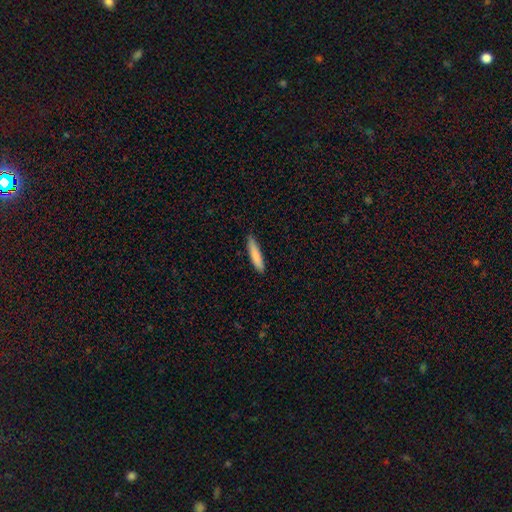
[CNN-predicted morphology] smooth-or-featured: smooth: 85% | featured or disk: 9% | star or artifact: 6%
  how-rounded: cigar-shaped: 84% | in between: 15% | round: 1%
  merging: none: 84% | minor disturbance: 13% | major disturbance: 2% | merger: 1%